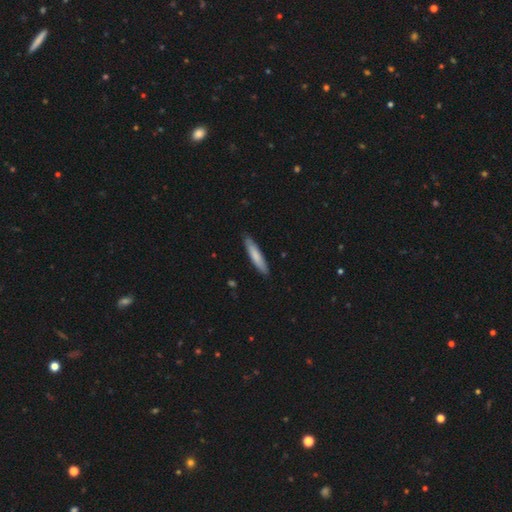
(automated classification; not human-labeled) A smooth galaxy with no disk features (78%) that is cigar-shaped (88%).

Vote fractions:
- Smooth or featured? smooth: 78% / featured or disk: 17% / star or artifact: 5%
- How rounded? cigar-shaped: 88% / in between: 11% / round: 1%
- Merging? none: 88% / minor disturbance: 9% / major disturbance: 2% / merger: 1%